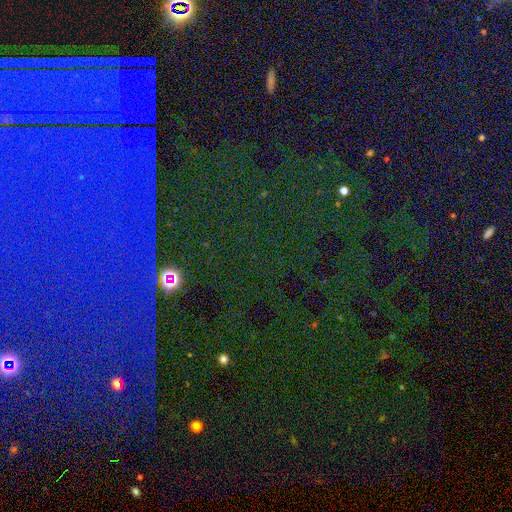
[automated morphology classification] Smooth or featured?
  - star or artifact: 80% *
  - smooth: 10%
  - featured or disk: 10%